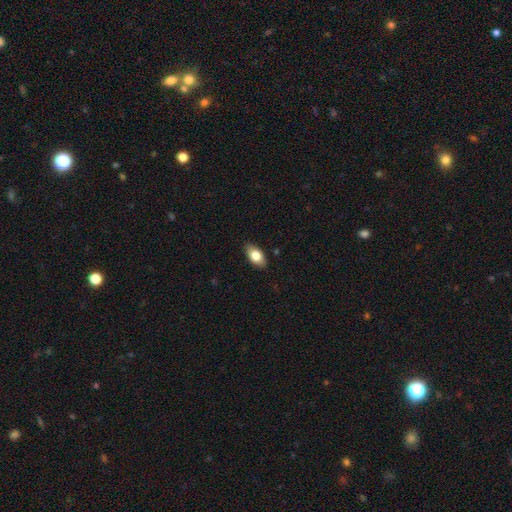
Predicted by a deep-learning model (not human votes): Smooth or featured? Predicted: smooth (p=0.79). How rounded? Predicted: in between (p=0.91). Merging? Predicted: none (p=0.86).